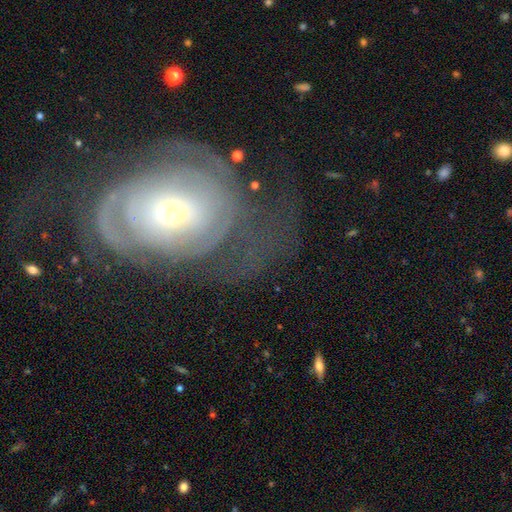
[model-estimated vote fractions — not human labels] Smooth or featured? Predicted: featured or disk (p=0.78). Edge-on disk? Predicted: no (p=0.95). Bar? Predicted: no (p=0.75). Spiral arms? Predicted: yes (p=0.84). Spiral winding? Predicted: tight (p=0.71). Spiral arm count? Predicted: can't tell (p=0.48). Bulge size? Predicted: small (p=0.53). Merging? Predicted: none (p=0.55).